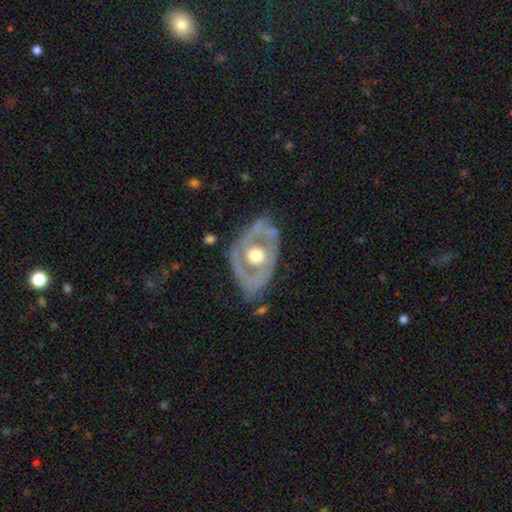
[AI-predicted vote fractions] Smooth or featured? featured or disk (73%)
Edge-on disk? no (93%)
Bar? no (84%)
Spiral arms? no (66%)
Bulge size? moderate (68%)
Merging? none (65%)